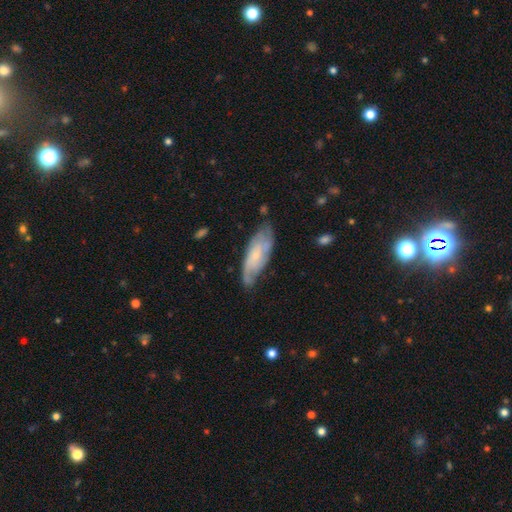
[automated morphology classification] This is likely a featured or disk galaxy (62%). It is clearly not viewed edge-on (85%). Bar: likely no (69%). Spiral arm pattern: clearly yes (87%). Central bulge: likely small (68%). Merging: likely none (66%).